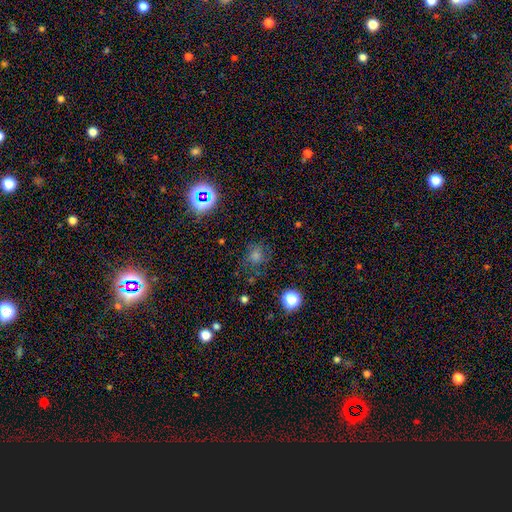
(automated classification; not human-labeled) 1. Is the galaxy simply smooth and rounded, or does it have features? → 45% smooth, 39% star or artifact, 16% featured or disk.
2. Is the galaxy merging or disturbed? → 75% none, 15% minor disturbance, 8% major disturbance, 2% merger.